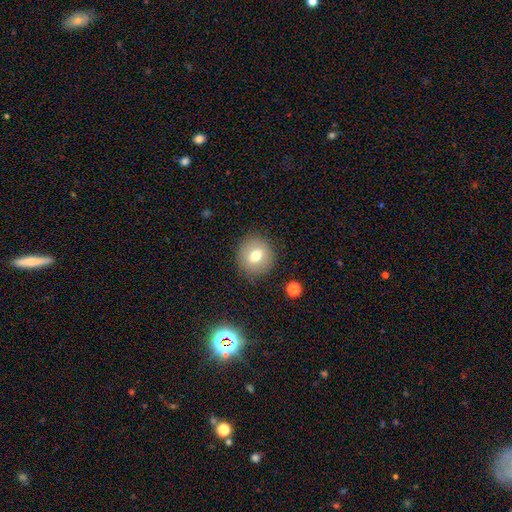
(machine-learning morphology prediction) A smooth galaxy with no disk features (70%) that is round (85%). Merging: none (85%).